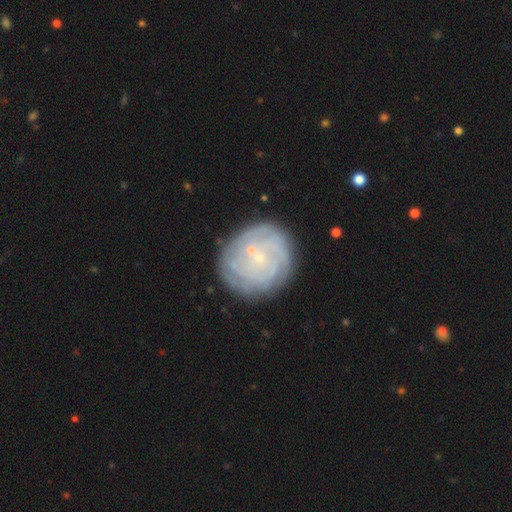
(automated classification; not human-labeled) A featured or disk galaxy (70%) with no bar (72%), tight (77%) spiral arms (89%) and a small central bulge (85%).

Vote fractions:
- Smooth or featured? featured or disk: 70% / smooth: 20% / star or artifact: 9%
- Edge-on disk? no: 97% / yes: 3%
- Bar? no: 72% / weak: 23% / strong: 5%
- Spiral arms? yes: 89% / no: 11%
- Spiral winding? tight: 77% / medium: 18% / loose: 6%
- Spiral arm count? can't tell: 42% / 4: 16% / more than 4: 16% / 3: 10% / 2: 9% / 1: 7%
- Bulge size? small: 85% / moderate: 9% / none: 3% / large: 1% / dominant: 1%
- Merging? none: 83% / minor disturbance: 11% / major disturbance: 4% / merger: 2%